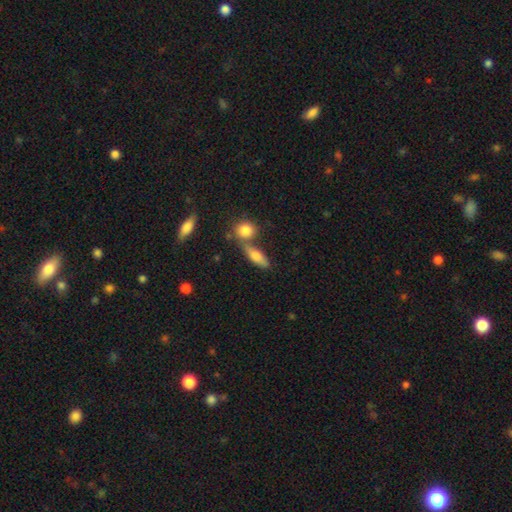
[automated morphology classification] smooth 69%, featured or disk 22%, star or artifact 9%. Down the decision tree: how rounded — in between (57%); merging — none (53%).